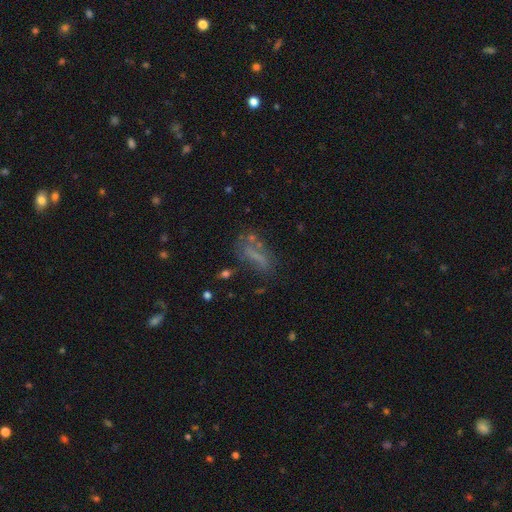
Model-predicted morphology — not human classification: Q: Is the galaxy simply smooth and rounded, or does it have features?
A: smooth — 44%.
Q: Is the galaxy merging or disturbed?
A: none — 43%.